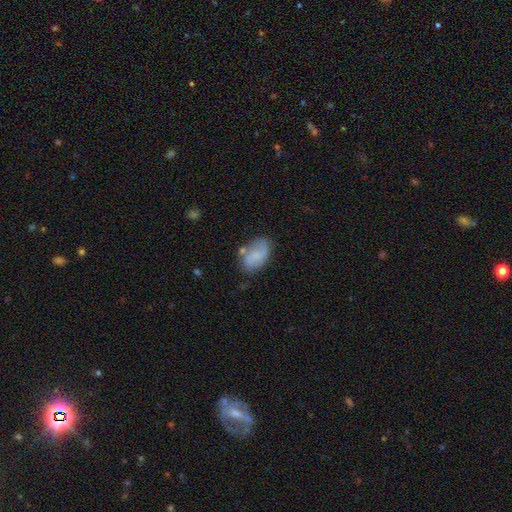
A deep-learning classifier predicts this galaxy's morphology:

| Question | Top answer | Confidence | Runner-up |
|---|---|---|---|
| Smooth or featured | smooth | 62% | featured or disk (30%) |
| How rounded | in between | 91% | round (7%) |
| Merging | none | 60% | minor disturbance (23%) |